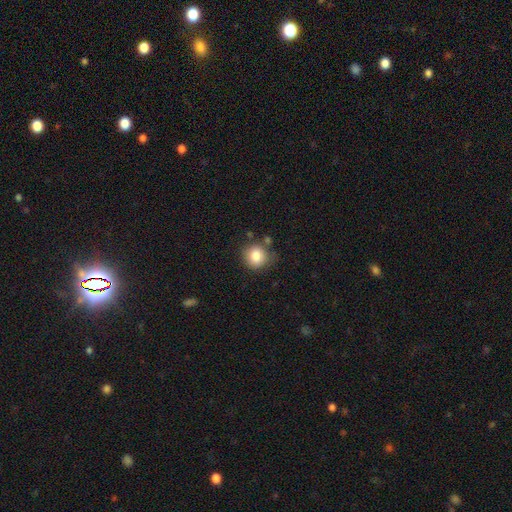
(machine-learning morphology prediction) Q: Smooth or featured?
A: smooth (83%); runner-up: star or artifact (9%)
Q: How rounded?
A: round (84%); runner-up: in between (15%)
Q: Merging?
A: none (75%); runner-up: minor disturbance (16%)